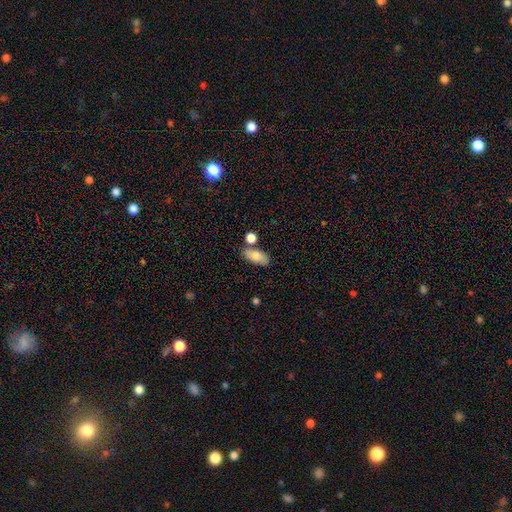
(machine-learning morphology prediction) This is likely a smooth galaxy (79%). How rounded: clearly in between (87%). Merging: likely none (69%).